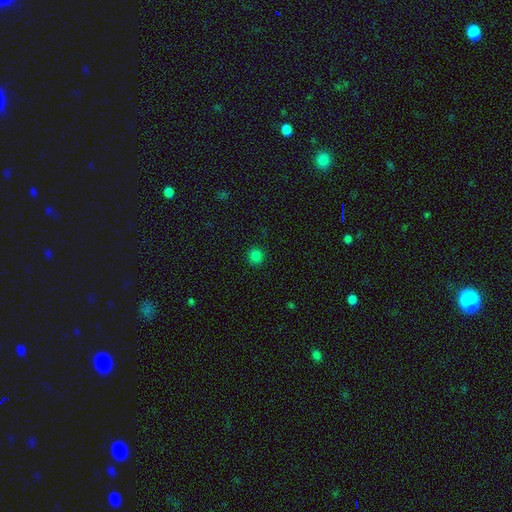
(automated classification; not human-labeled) smooth-or-featured: smooth: 82% | star or artifact: 16% | featured or disk: 3%
  how-rounded: round: 91% | in between: 8% | cigar-shaped: 1%
  merging: none: 91% | minor disturbance: 6% | major disturbance: 2% | merger: 1%